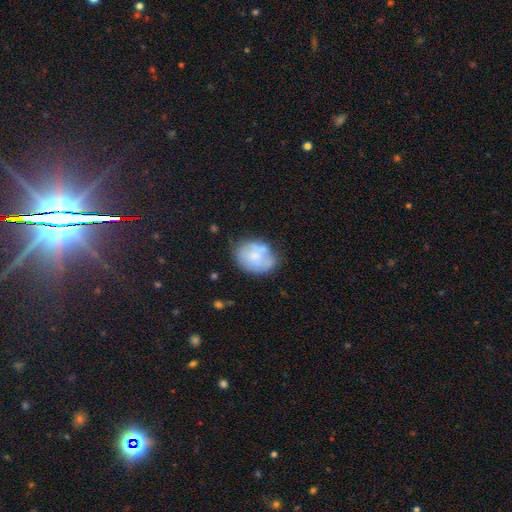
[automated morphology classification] This appears to be a smooth galaxy with no disk features (57%) that is in between round and cigar-shaped (56%). Merging: none (52%).